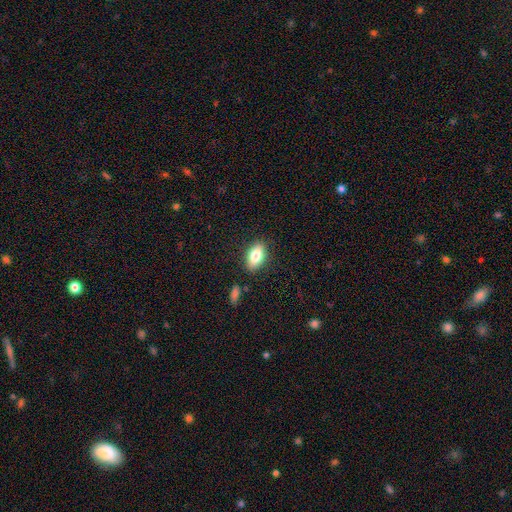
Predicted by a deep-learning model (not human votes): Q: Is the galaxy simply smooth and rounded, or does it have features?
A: smooth — 81%.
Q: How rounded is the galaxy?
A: in between — 89%.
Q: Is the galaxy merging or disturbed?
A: none — 85%.